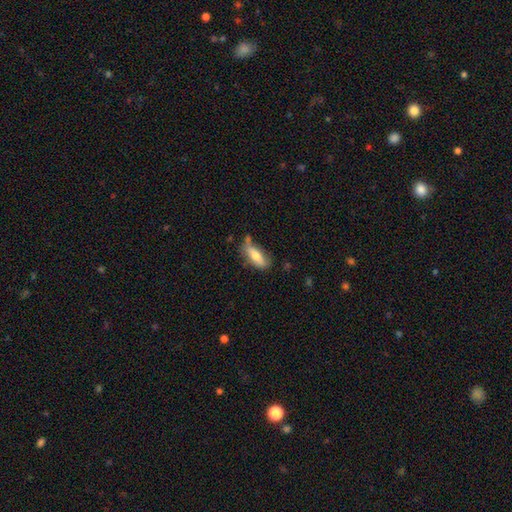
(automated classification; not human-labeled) Overall: smooth (68%). How rounded: in between (70%). Merging: none (54%; minor disturbance 29%).